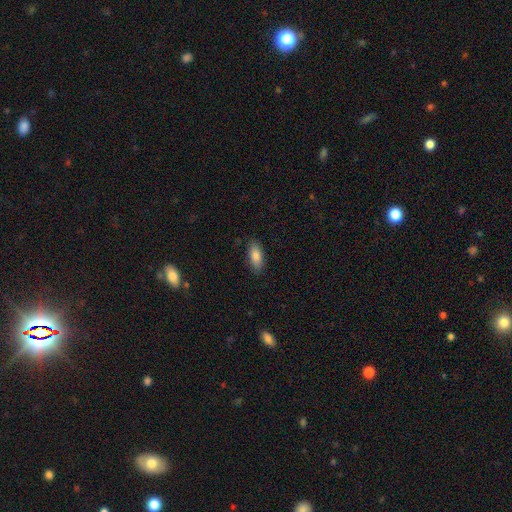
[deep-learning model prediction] Overall: smooth (83%). How rounded: in between (81%). Merging: none (86%).